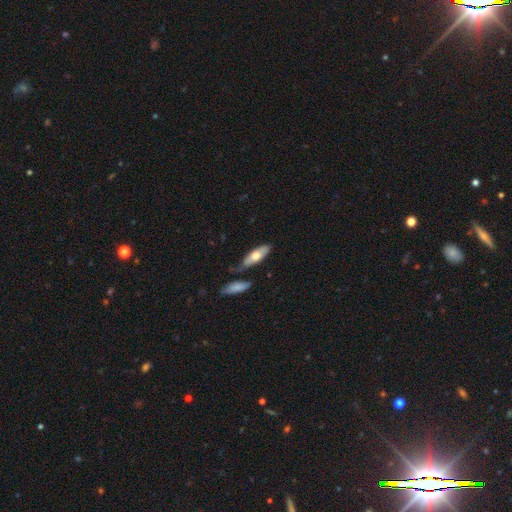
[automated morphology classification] A smooth galaxy with no disk features (65%) that is in between round and cigar-shaped (64%). Merging: none (60%).